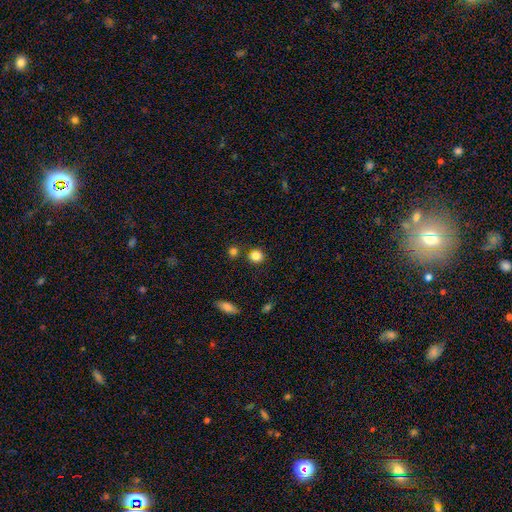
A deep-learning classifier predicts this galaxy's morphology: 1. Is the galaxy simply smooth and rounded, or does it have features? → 84% smooth, 11% star or artifact, 5% featured or disk.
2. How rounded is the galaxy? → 89% round, 10% in between, 1% cigar-shaped.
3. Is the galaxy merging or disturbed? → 80% none, 9% merger, 8% minor disturbance, 3% major disturbance.